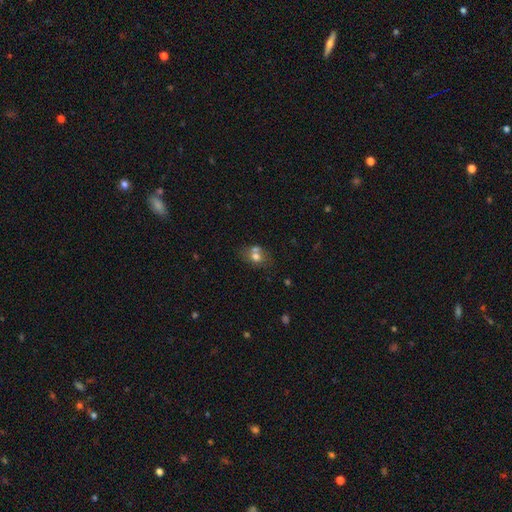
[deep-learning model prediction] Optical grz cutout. It shows a smooth galaxy with no disk features (69%) that is in between round and cigar-shaped (50%). Merging: none (42%).